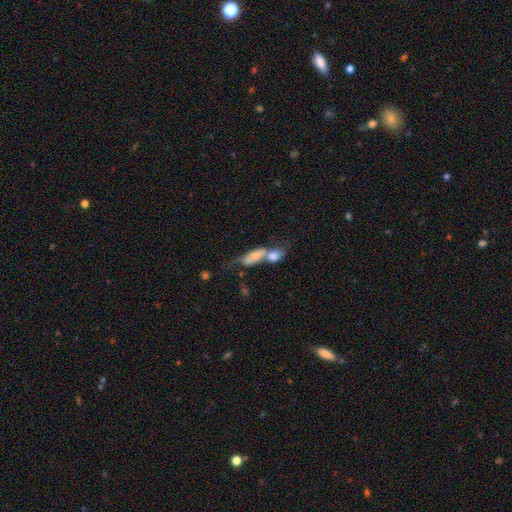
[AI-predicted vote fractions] smooth-or-featured: smooth: 48% | featured or disk: 40% | star or artifact: 12%
  merging: merger: 65% | none: 17% | major disturbance: 9% | minor disturbance: 8%